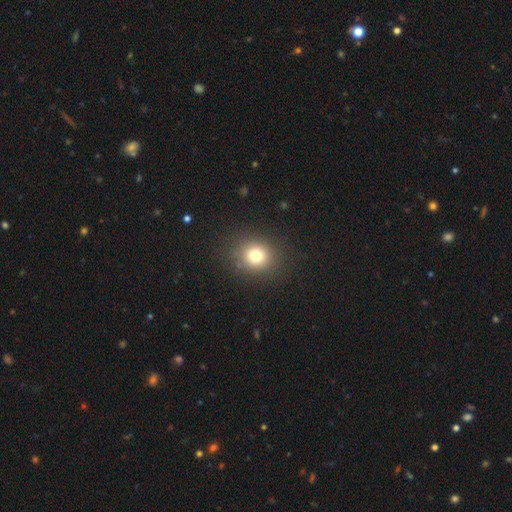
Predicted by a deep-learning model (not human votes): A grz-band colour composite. It shows a smooth galaxy with no disk features (76%) that is round (84%). Merging: none (87%).